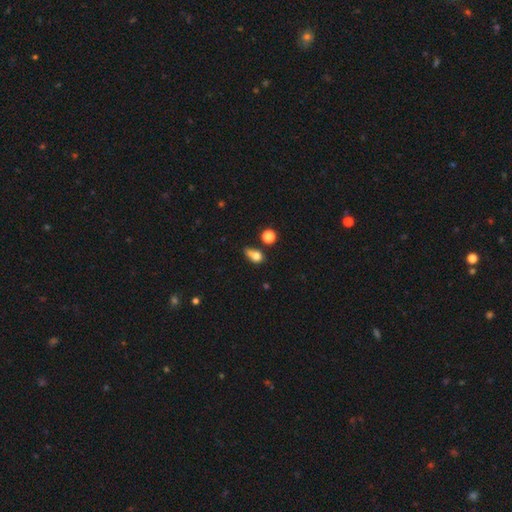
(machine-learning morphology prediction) Overall: smooth (72%). How rounded: in between (48%; round 46%). Merging: none (32%; minor disturbance 25%).